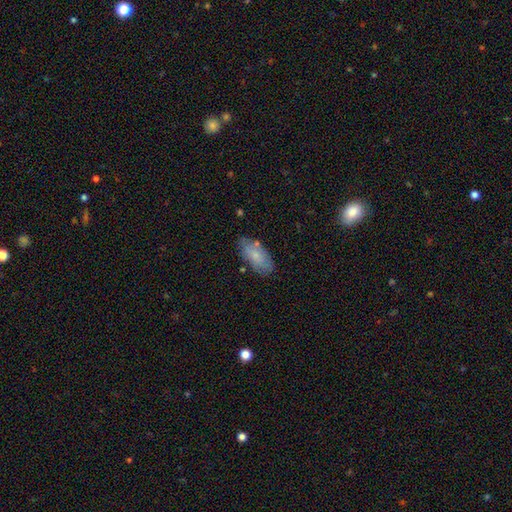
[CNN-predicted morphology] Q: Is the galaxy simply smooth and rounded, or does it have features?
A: smooth — 70%.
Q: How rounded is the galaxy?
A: in between — 91%.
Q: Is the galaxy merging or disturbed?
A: none — 75%.